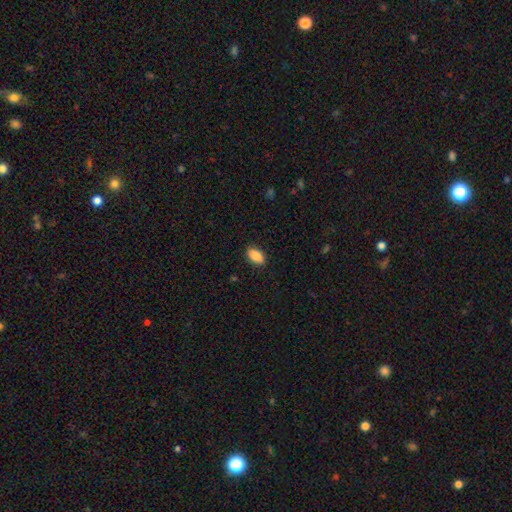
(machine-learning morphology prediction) This appears to be a smooth galaxy with no disk features (87%) that is in between round and cigar-shaped (91%). Merging: none (88%).